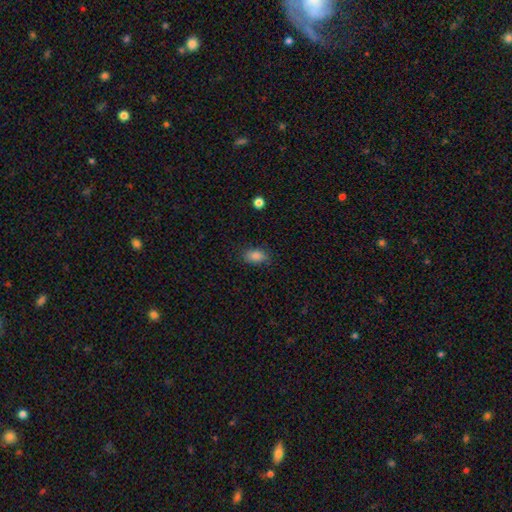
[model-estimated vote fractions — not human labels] Q: Smooth or featured?
A: smooth (85%); runner-up: star or artifact (9%)
Q: How rounded?
A: in between (87%); runner-up: round (10%)
Q: Merging?
A: none (80%); runner-up: minor disturbance (15%)